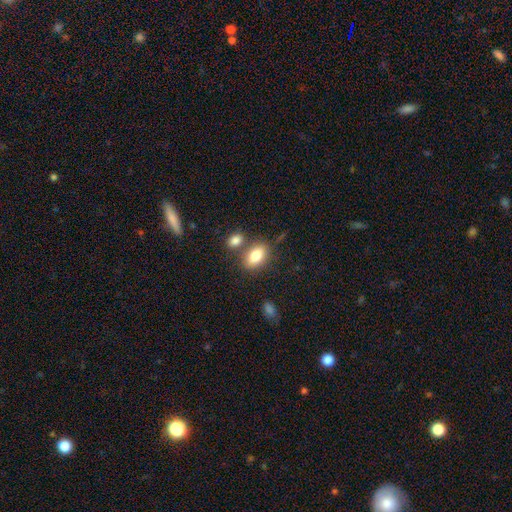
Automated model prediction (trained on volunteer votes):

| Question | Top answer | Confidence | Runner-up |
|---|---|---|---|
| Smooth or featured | smooth | 81% | featured or disk (11%) |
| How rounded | in between | 88% | round (10%) |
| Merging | none | 63% | merger (21%) |